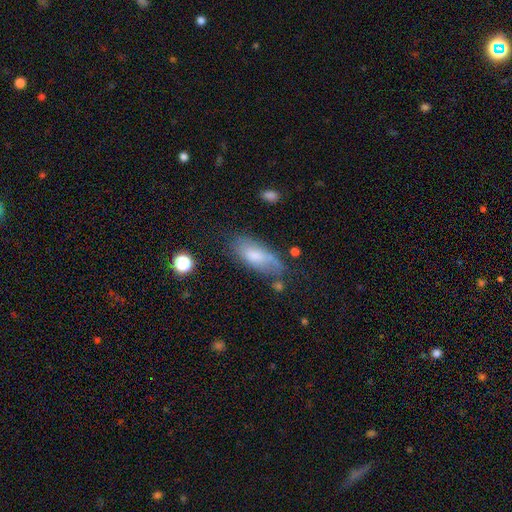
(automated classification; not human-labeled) smooth_or_featured: smooth (p=0.70) [alt: featured or disk p=0.22]
how_rounded: in between (p=0.81) [alt: cigar-shaped p=0.17]
merging: none (p=0.55) [alt: minor disturbance p=0.28]